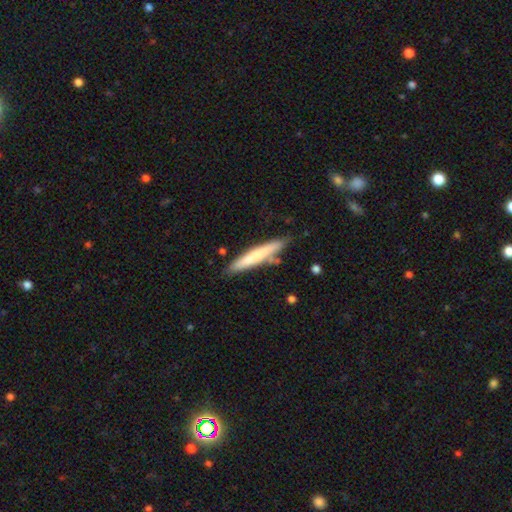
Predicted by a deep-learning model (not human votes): A smooth galaxy with no disk features (64%) that is cigar-shaped (94%). Merging: none (78%).